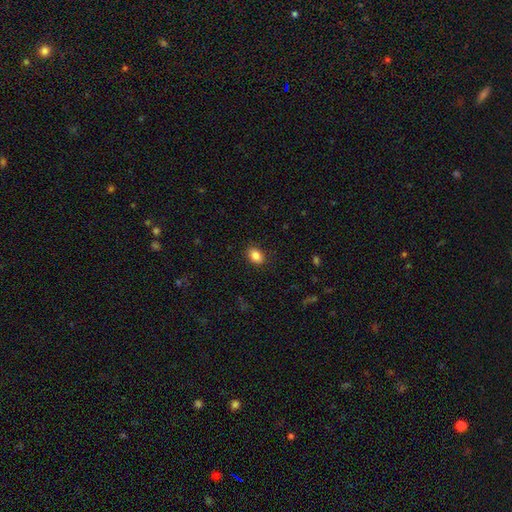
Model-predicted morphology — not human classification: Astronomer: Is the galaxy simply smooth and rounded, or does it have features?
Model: smooth — 86%.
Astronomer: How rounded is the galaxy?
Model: in between — 75%.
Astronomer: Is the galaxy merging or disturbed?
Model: none — 88%.